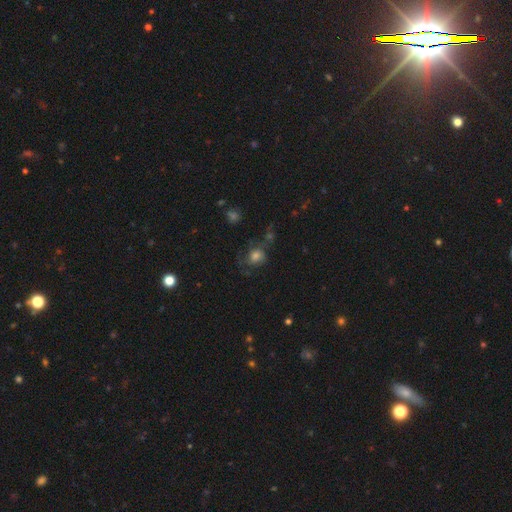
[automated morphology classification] A smooth galaxy with no disk features (57%) that is round (61%).

Vote fractions:
- Smooth or featured? smooth: 57% / featured or disk: 28% / star or artifact: 15%
- How rounded? round: 61% / in between: 38% / cigar-shaped: 1%
- Merging? none: 45% / major disturbance: 24% / minor disturbance: 23% / merger: 8%